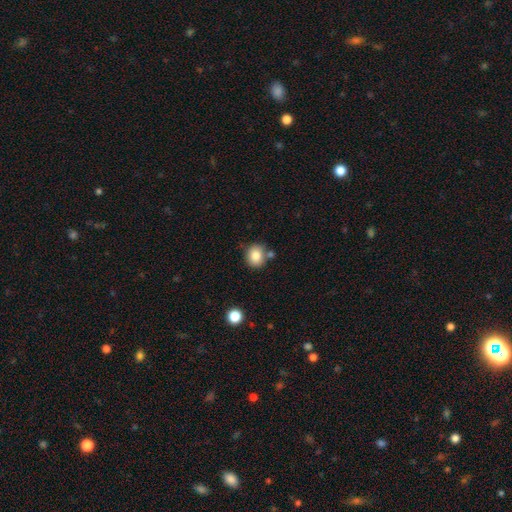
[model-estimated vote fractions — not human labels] Smooth or featured: smooth — 82% (star or artifact — 10%)
How rounded: round — 75% (in between — 24%)
Merging: none — 68% (merger — 15%)